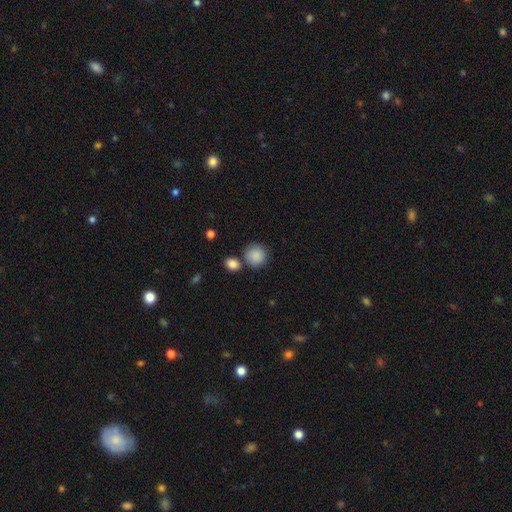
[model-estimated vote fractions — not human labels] Overall: smooth (89%). How rounded: round (89%). Merging: none (72%).